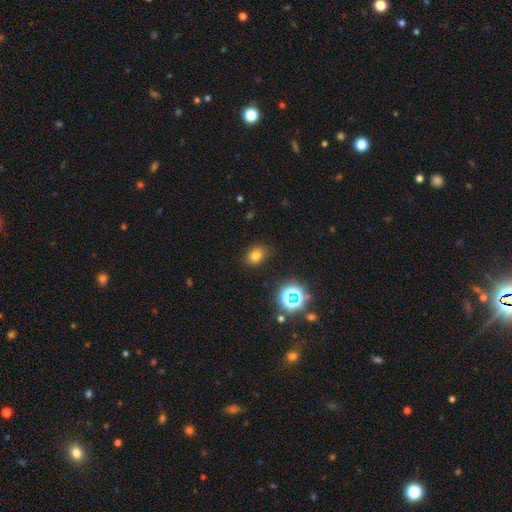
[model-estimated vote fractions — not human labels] smooth-or-featured: smooth: 74% | star or artifact: 19% | featured or disk: 7%
  how-rounded: in between: 60% | round: 39% | cigar-shaped: 1%
  merging: none: 85% | minor disturbance: 10% | major disturbance: 3% | merger: 1%